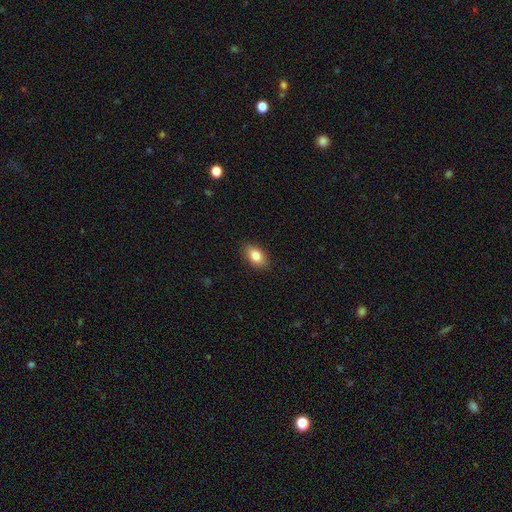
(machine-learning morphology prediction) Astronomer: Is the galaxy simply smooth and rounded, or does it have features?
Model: smooth — 83%.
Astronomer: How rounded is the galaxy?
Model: in between — 90%.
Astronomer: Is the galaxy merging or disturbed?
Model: none — 88%.